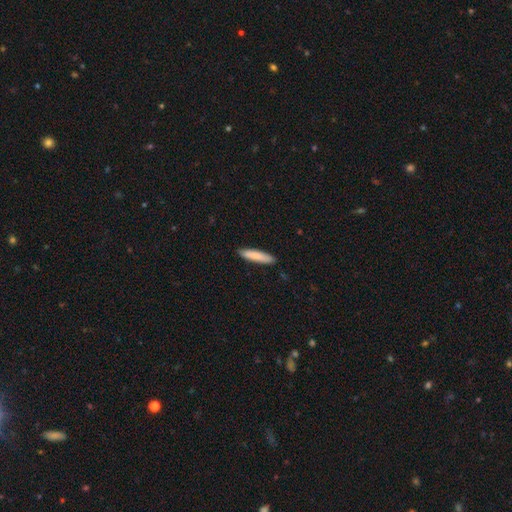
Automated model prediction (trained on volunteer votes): This appears to be a smooth galaxy with no disk features (85%) that is cigar-shaped (82%). Merging: none (89%).